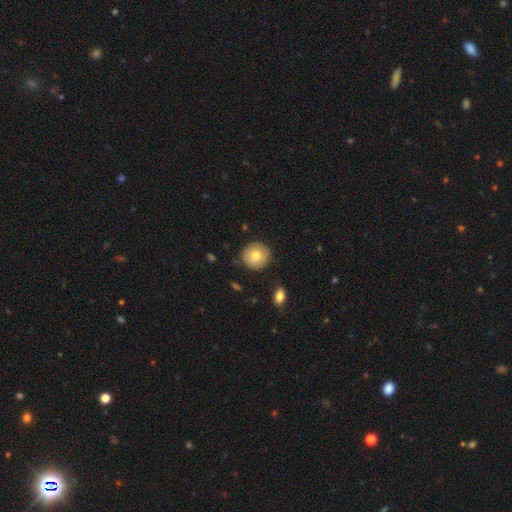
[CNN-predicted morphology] A smooth galaxy with no disk features (72%) that is round (94%). Merging: none (86%).